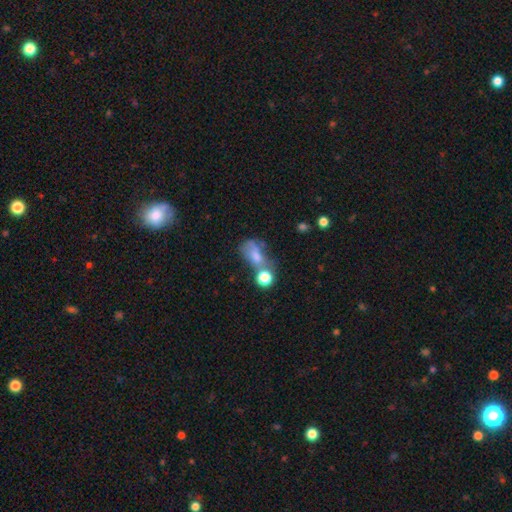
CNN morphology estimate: smooth 62%, featured or disk 23%, star or artifact 15%. Down the decision tree: how rounded — in between (74%); merging — merger (31%).